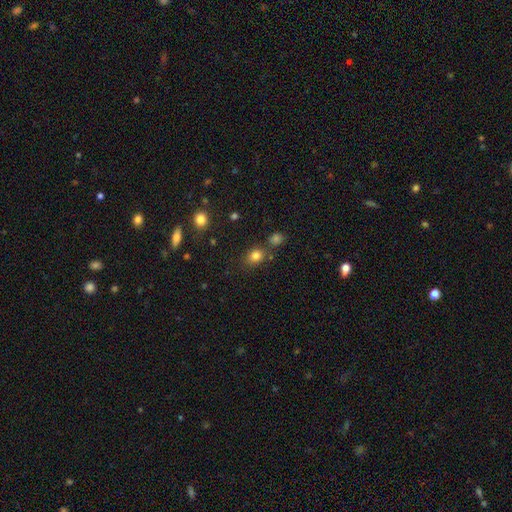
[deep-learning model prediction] Smooth or featured? smooth (81%)
How rounded? round (55%)
Merging? none (71%)